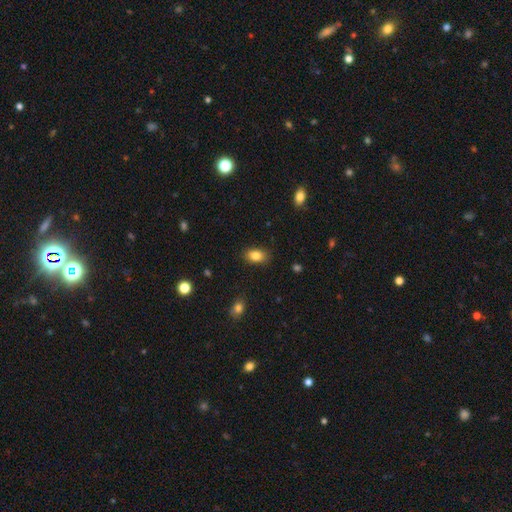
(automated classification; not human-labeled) Morphology: type=smooth (84%); roundness=in between (87%); merging=none (86%).